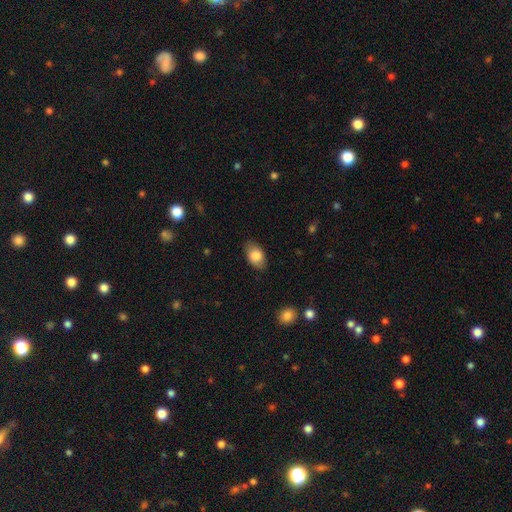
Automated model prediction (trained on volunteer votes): Smooth or featured? Predicted: smooth (p=0.82). How rounded? Predicted: in between (p=0.90). Merging? Predicted: none (p=0.82).